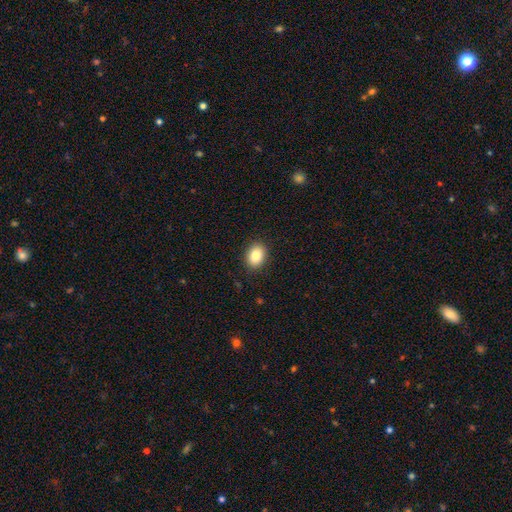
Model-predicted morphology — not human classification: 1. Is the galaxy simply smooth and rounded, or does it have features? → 85% smooth, 9% star or artifact, 7% featured or disk.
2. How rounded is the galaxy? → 64% in between, 35% round, 1% cigar-shaped.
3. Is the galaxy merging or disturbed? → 90% none, 7% minor disturbance, 2% major disturbance, 1% merger.